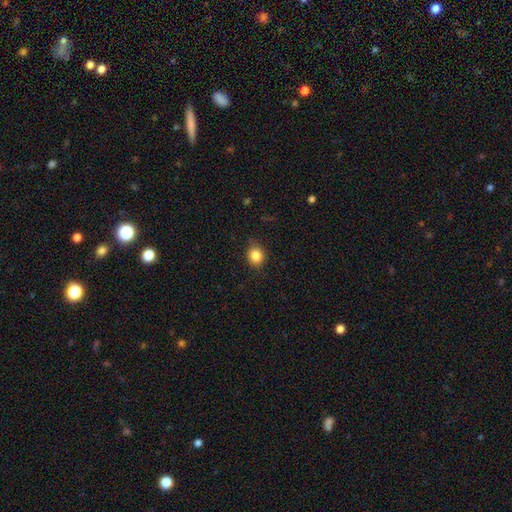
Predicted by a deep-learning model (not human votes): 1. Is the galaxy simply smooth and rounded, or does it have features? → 84% smooth, 11% star or artifact, 5% featured or disk.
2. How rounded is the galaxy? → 78% round, 21% in between, 1% cigar-shaped.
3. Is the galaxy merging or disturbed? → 85% none, 11% minor disturbance, 2% major disturbance, 1% merger.